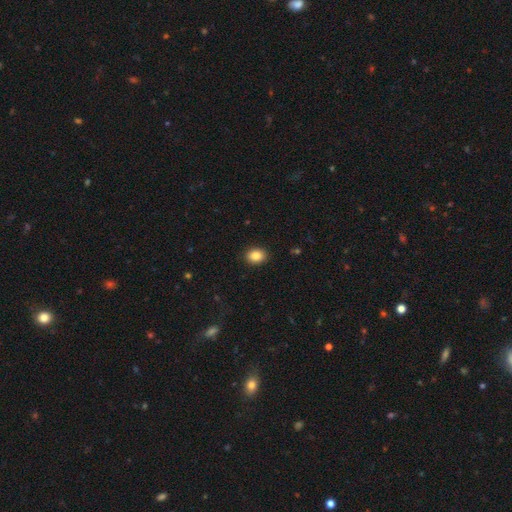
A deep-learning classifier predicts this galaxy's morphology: Smooth or featured? Predicted: smooth (p=0.87). How rounded? Predicted: in between (p=0.61). Merging? Predicted: none (p=0.90).